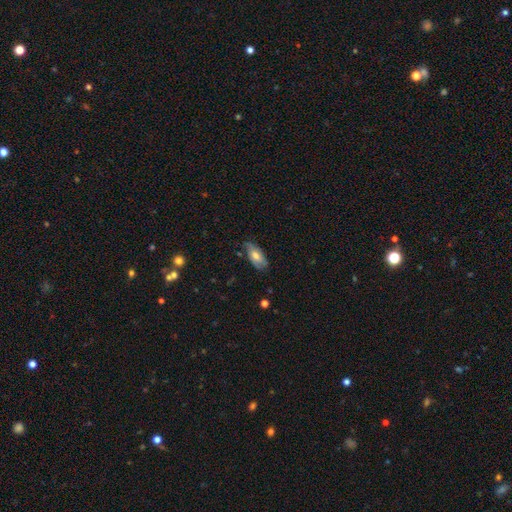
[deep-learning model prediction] Smooth or featured: smooth — 52% (featured or disk — 41%)
How rounded: in between — 87% (cigar-shaped — 10%)
Merging: none — 66% (minor disturbance — 27%)